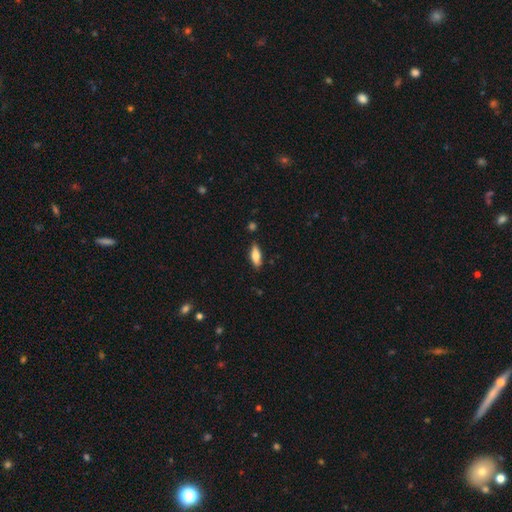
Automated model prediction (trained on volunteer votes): Smooth or featured?
  - smooth: 77% *
  - featured or disk: 17%
  - star or artifact: 6%
How rounded?
  - in between: 66% *
  - cigar-shaped: 32%
  - round: 2%
Merging?
  - none: 81% *
  - minor disturbance: 14%
  - major disturbance: 3%
  - merger: 2%